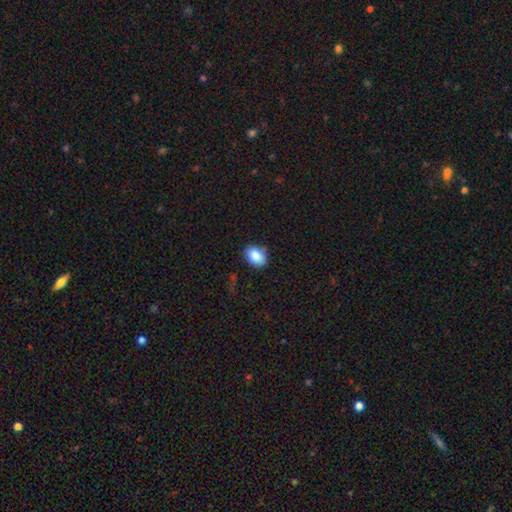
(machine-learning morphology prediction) Q: Smooth or featured?
A: smooth (87%); runner-up: star or artifact (8%)
Q: How rounded?
A: in between (79%); runner-up: round (20%)
Q: Merging?
A: none (78%); runner-up: minor disturbance (16%)